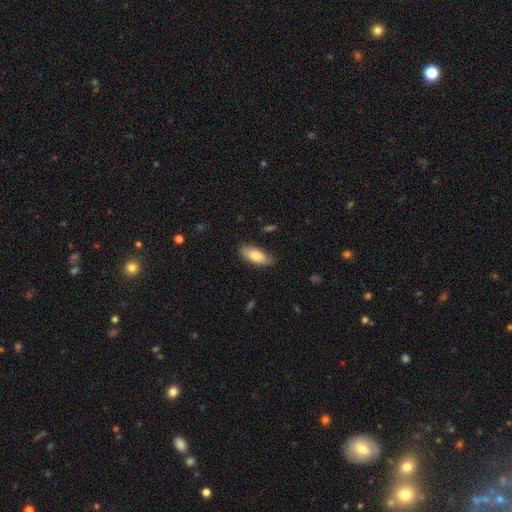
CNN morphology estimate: type=smooth (79%); roundness=in between (85%); merging=none (78%).